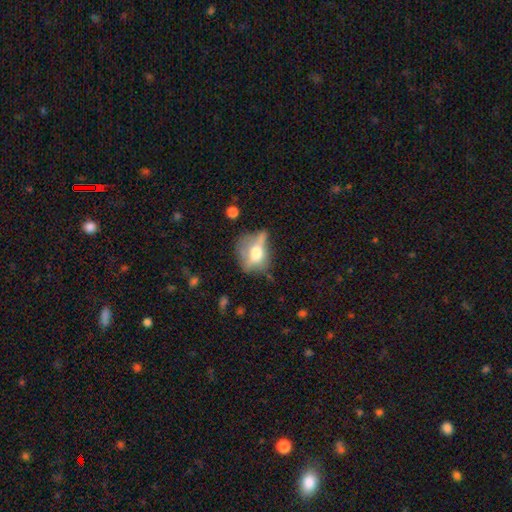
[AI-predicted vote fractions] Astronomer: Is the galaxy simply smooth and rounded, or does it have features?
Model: smooth — 49% (runner-up: featured or disk, 40%).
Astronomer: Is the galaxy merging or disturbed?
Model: none — 40% (runner-up: minor disturbance, 25%).